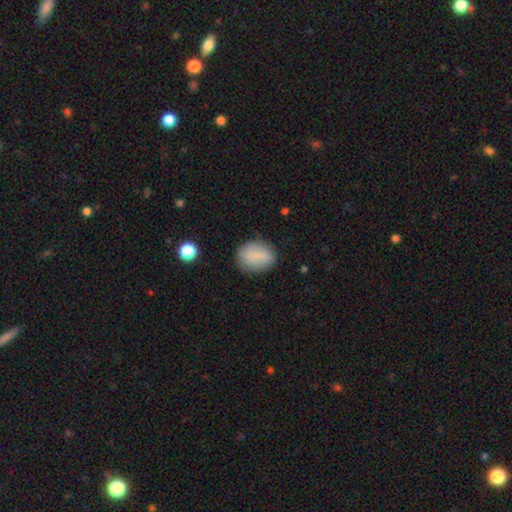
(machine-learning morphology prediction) type=smooth (80%); roundness=in between (58%); merging=none (81%).